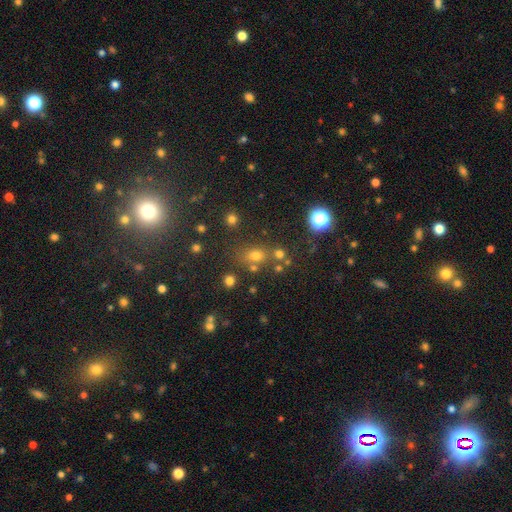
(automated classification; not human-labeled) smooth 58%, star or artifact 31%, featured or disk 11%. Down the decision tree: how rounded — round (52%); merging — none (65%).